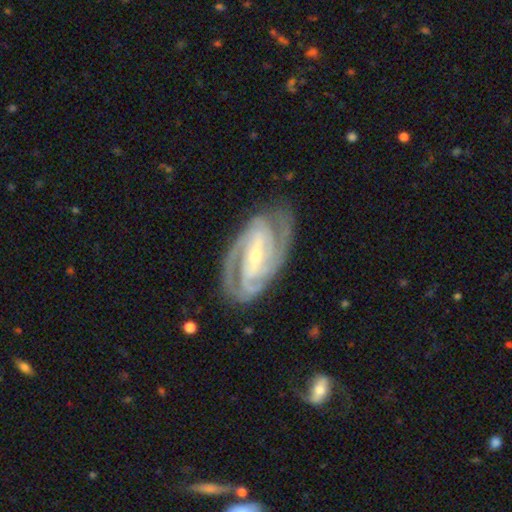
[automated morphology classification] Smooth or featured? Predicted: featured or disk (p=0.92). Edge-on disk? Predicted: no (p=0.96). Bar? Predicted: strong (p=0.50). Spiral arms? Predicted: yes (p=0.98). Spiral winding? Predicted: tight (p=0.62). Spiral arm count? Predicted: 2 (p=0.41). Bulge size? Predicted: small (p=0.63). Merging? Predicted: none (p=0.79).